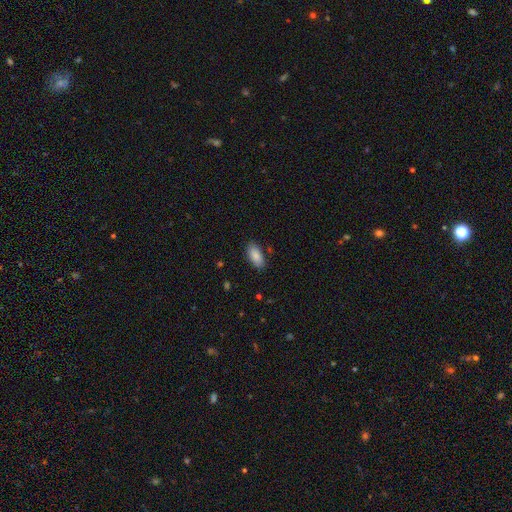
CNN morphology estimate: Smooth or featured? smooth (87%)
How rounded? in between (90%)
Merging? none (86%)